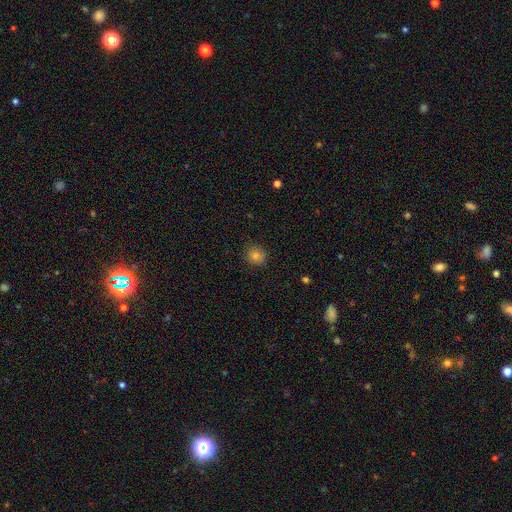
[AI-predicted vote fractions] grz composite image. It shows a smooth galaxy with no disk features (80%) that is round (88%). Merging: none (86%).